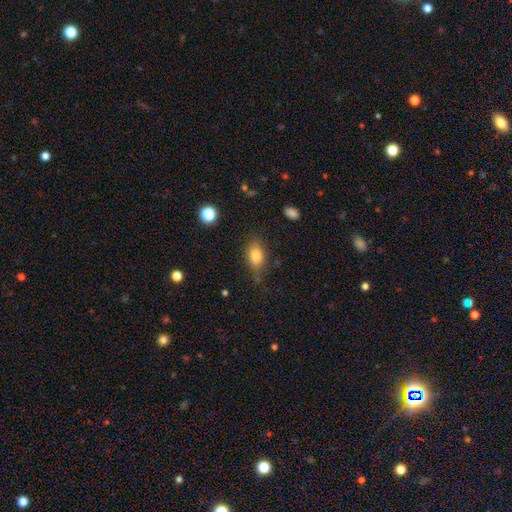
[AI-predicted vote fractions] This appears to be a smooth galaxy with no disk features (82%) that is in between round and cigar-shaped (83%). Merging: none (74%).